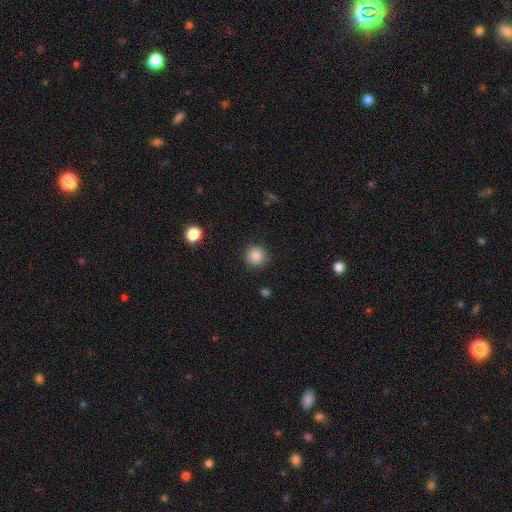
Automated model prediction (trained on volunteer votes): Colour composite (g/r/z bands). It shows a smooth galaxy with no disk features (86%) that is round (94%). Merging: none (89%).